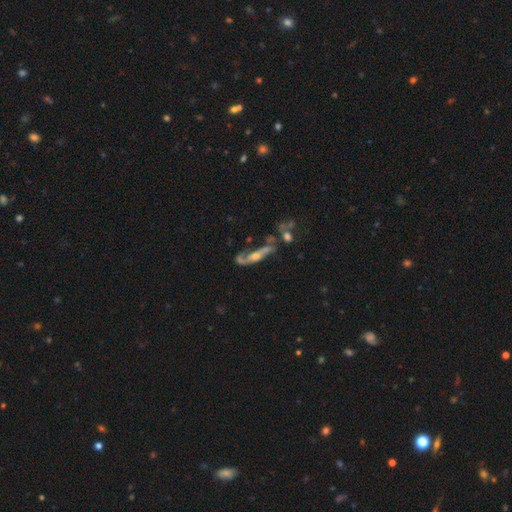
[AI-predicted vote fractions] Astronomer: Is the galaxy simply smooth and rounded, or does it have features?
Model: featured or disk — 67%.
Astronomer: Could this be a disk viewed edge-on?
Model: no — 72%.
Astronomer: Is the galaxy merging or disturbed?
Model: none — 32% (runner-up: major disturbance, 28%).